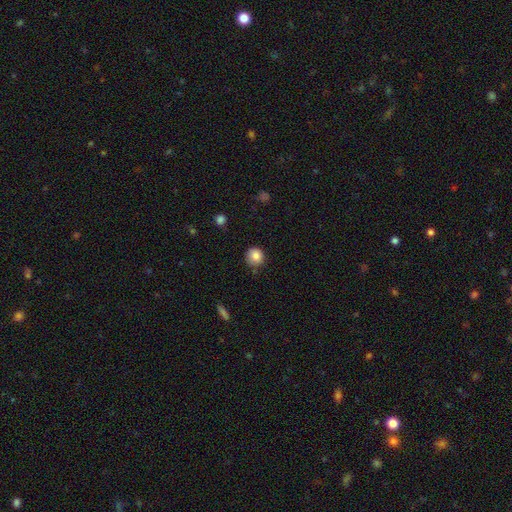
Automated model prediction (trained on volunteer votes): The model was most divided on "merging": none: 78%, minor disturbance: 16%, major disturbance: 3%, merger: 3%. More confident: how rounded — round (91%); smooth or featured — smooth (84%).